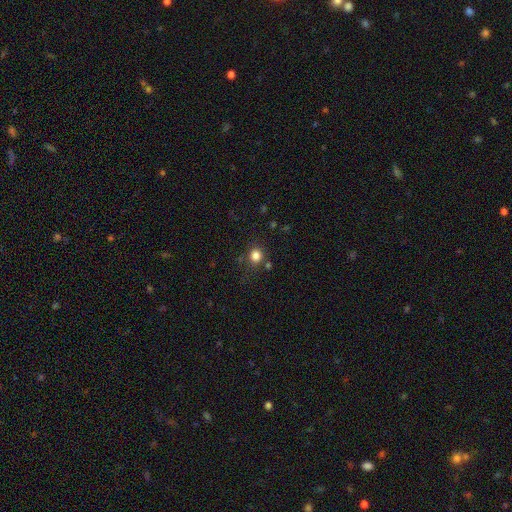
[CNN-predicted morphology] Smooth or featured: smooth — 81% (star or artifact — 14%)
How rounded: round — 88% (in between — 11%)
Merging: none — 78% (minor disturbance — 12%)